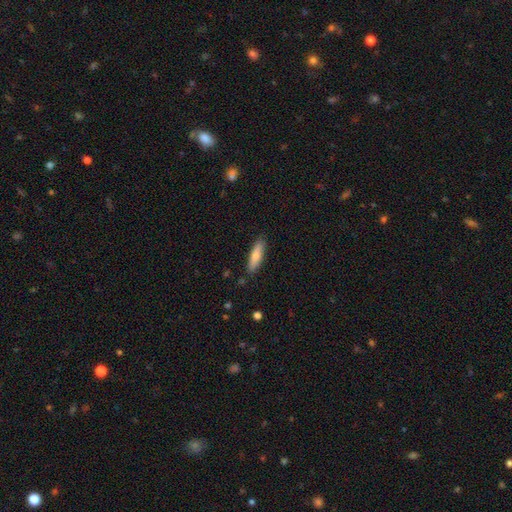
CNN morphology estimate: Smooth or featured? smooth (76%)
How rounded? cigar-shaped (66%)
Merging? none (87%)